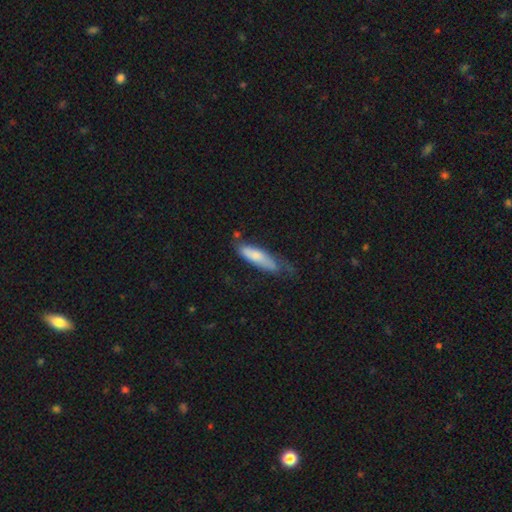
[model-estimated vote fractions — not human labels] Overall: smooth (70%). How rounded: cigar-shaped (65%; in between 33%). Merging: none (44%; minor disturbance 35%).